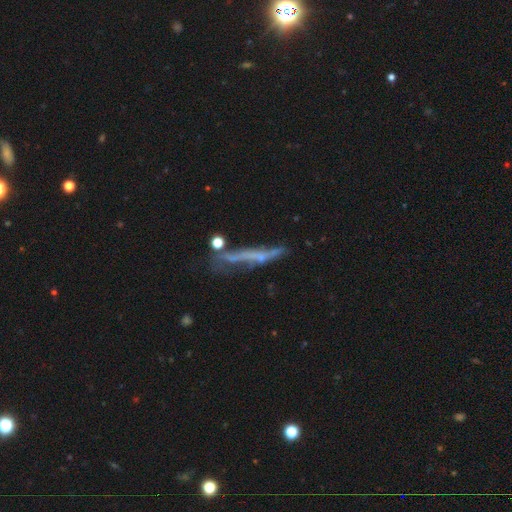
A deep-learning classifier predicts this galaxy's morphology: The model was most divided on "merging": none: 42%, minor disturbance: 23%, major disturbance: 22%, merger: 13%. More confident: edge-on disk — yes (69%); smooth or featured — featured or disk (56%).